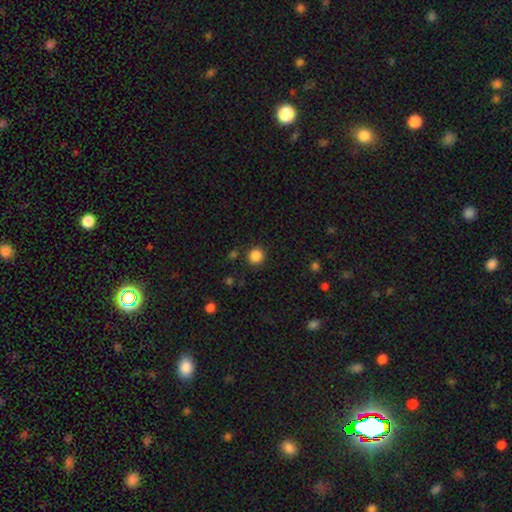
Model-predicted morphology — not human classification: smooth-or-featured: smooth: 86% | star or artifact: 11% | featured or disk: 3%
  how-rounded: round: 91% | in between: 8% | cigar-shaped: 1%
  merging: none: 88% | minor disturbance: 7% | major disturbance: 3% | merger: 2%